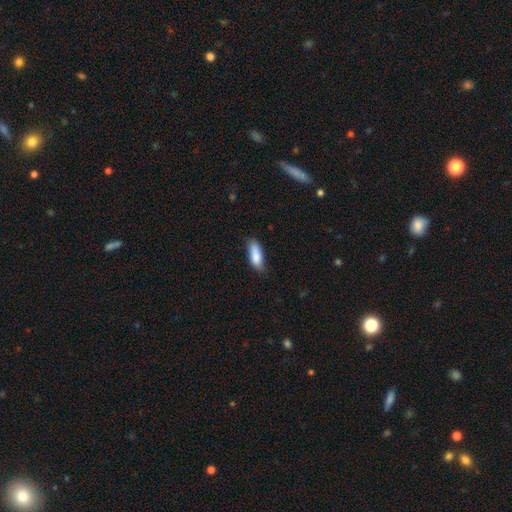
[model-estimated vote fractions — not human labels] Smooth or featured: smooth — 86% (featured or disk — 8%)
How rounded: in between — 69% (cigar-shaped — 29%)
Merging: none — 73% (minor disturbance — 22%)